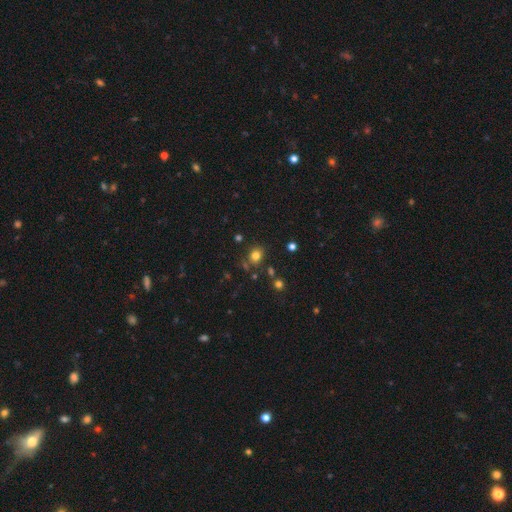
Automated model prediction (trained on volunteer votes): Smooth or featured: smooth — 77% (star or artifact — 16%)
How rounded: round — 65% (in between — 34%)
Merging: none — 78% (minor disturbance — 12%)